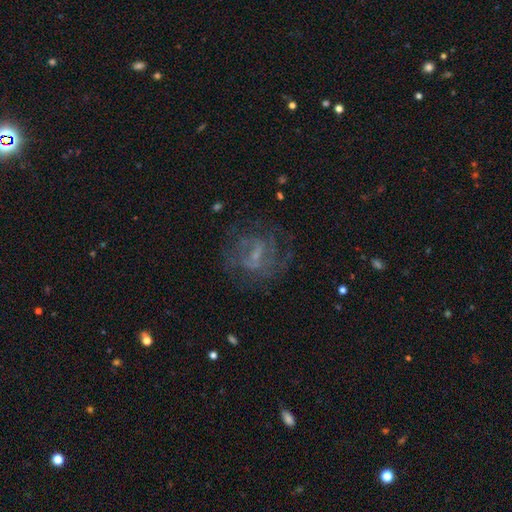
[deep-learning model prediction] Overall: featured or disk (68%). Edge-on disk: no (96%). Bar: weak (51%; no 29%). Spiral arms: yes (72%). Bulge size: small (51%; none 26%). Merging: none (64%).